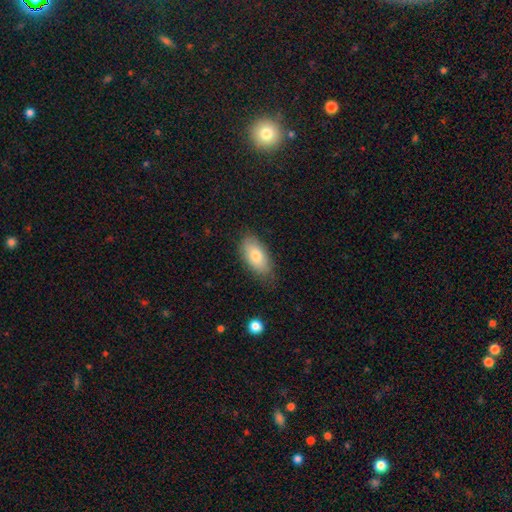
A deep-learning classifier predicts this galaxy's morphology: Overall: smooth (77%). How rounded: in between (92%). Merging: none (75%).